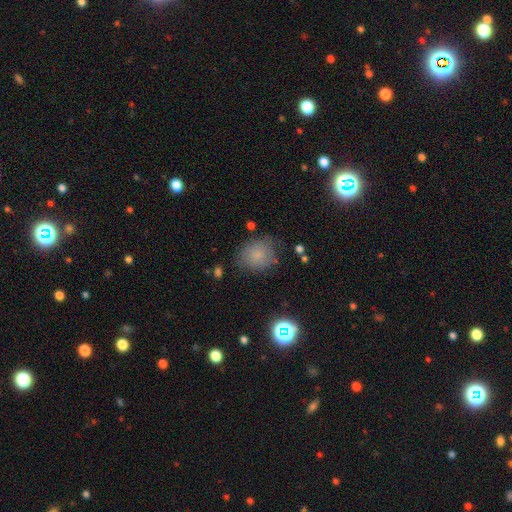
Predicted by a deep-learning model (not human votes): A smooth galaxy with no disk features (75%) that is round (69%).

Vote fractions:
- Smooth or featured? smooth: 75% / star or artifact: 14% / featured or disk: 11%
- How rounded? round: 69% / in between: 30% / cigar-shaped: 1%
- Merging? none: 70% / minor disturbance: 21% / major disturbance: 7% / merger: 2%